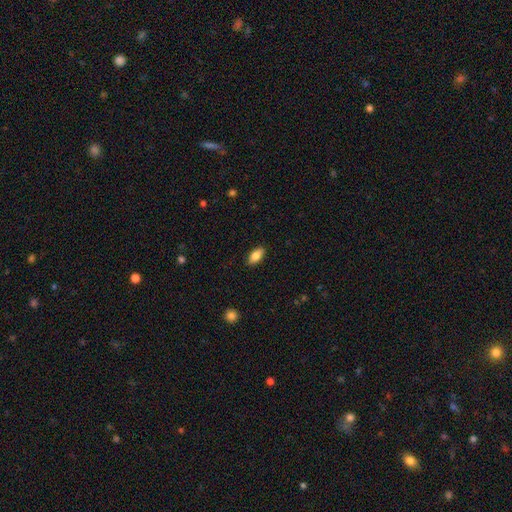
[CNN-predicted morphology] Smooth or featured? smooth (81%)
How rounded? in between (89%)
Merging? none (88%)